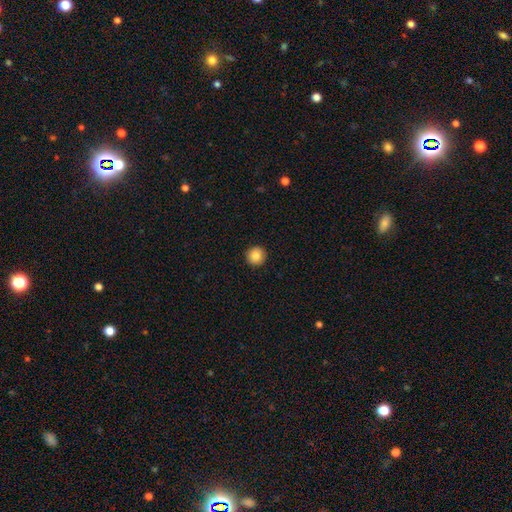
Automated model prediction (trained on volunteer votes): Smooth or featured? smooth (85%)
How rounded? round (96%)
Merging? none (93%)